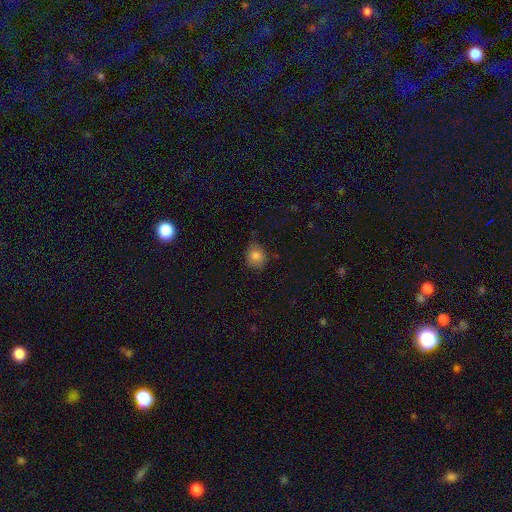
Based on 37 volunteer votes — Volunteers were most divided on "how rounded": round: 76%, in between: 24%, cigar-shaped: 0%. More confident: smooth or featured — smooth (92%); merging — none (74%).